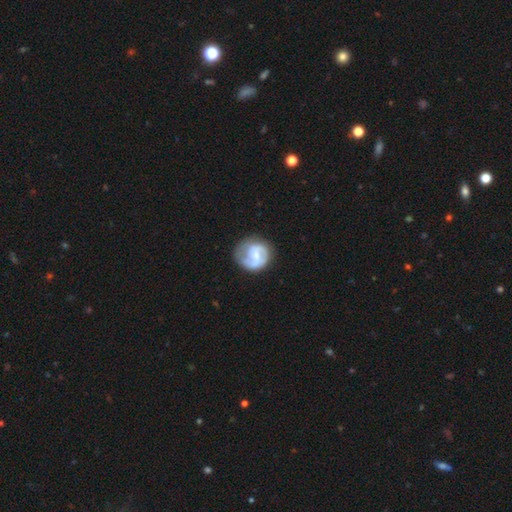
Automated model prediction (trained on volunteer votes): This appears to be a featured or disk galaxy (66%) with a weak bar (48%), 2 (68%) medium (42%) spiral arms (83%) and a small central bulge (48%). Merging: none (63%).